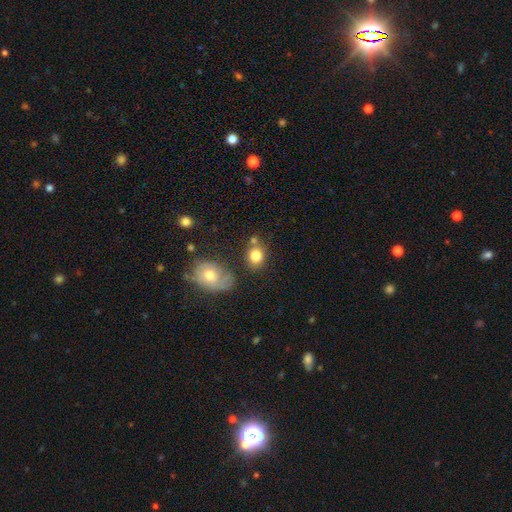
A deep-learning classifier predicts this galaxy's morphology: This is clearly a smooth galaxy (80%). How rounded: possibly round (52%). Merging: likely none (61%).